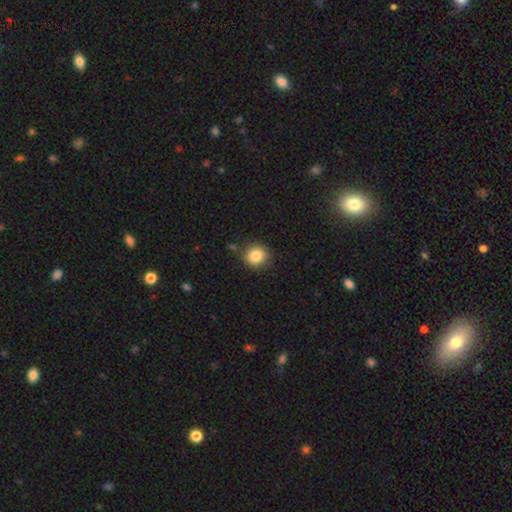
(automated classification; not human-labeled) smooth_or_featured: smooth (p=0.84) [alt: star or artifact p=0.10]
how_rounded: round (p=0.84) [alt: in between p=0.16]
merging: none (p=0.82) [alt: minor disturbance p=0.12]